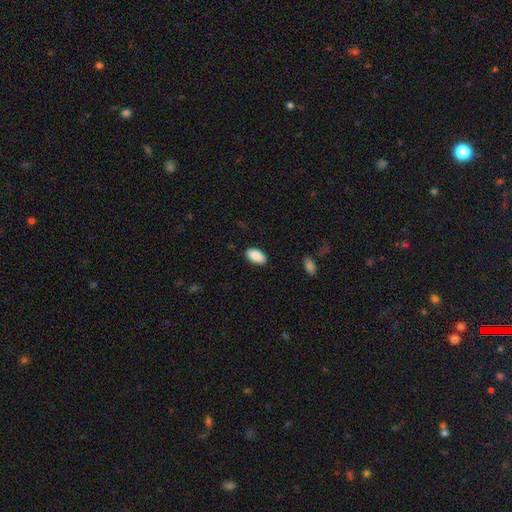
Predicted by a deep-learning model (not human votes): Q: Smooth or featured?
A: smooth (89%); runner-up: star or artifact (6%)
Q: How rounded?
A: in between (95%); runner-up: round (3%)
Q: Merging?
A: none (88%); runner-up: minor disturbance (9%)